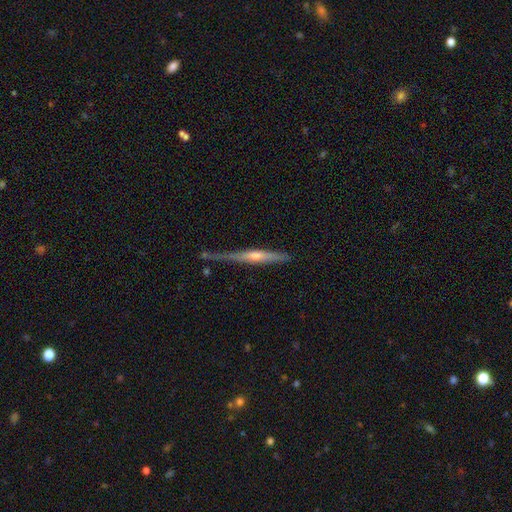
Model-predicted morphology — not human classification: Smooth or featured?
  - featured or disk: 78% *
  - smooth: 15%
  - star or artifact: 7%
Edge-on disk?
  - yes: 98% *
  - no: 2%
Edge-on bulge?
  - rounded: 81% *
  - none: 13%
  - boxy: 7%
Merging?
  - none: 79% *
  - minor disturbance: 15%
  - major disturbance: 3%
  - merger: 3%